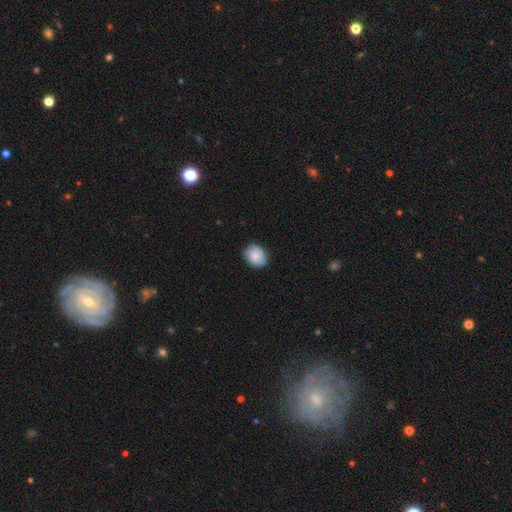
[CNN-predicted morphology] smooth-or-featured: smooth: 78% | featured or disk: 15% | star or artifact: 7%
  how-rounded: round: 56% | in between: 43% | cigar-shaped: 1%
  merging: none: 80% | minor disturbance: 16% | major disturbance: 3% | merger: 1%